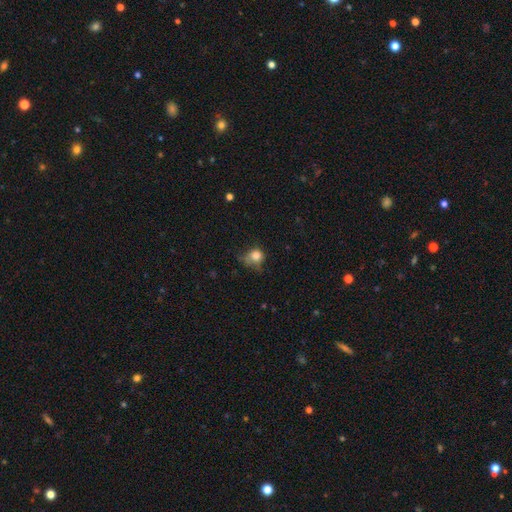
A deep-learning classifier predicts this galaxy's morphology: Smooth or featured?
  - smooth: 78% *
  - star or artifact: 12%
  - featured or disk: 10%
How rounded?
  - round: 72% *
  - in between: 26%
  - cigar-shaped: 1%
Merging?
  - none: 40% *
  - minor disturbance: 33%
  - major disturbance: 23%
  - merger: 3%